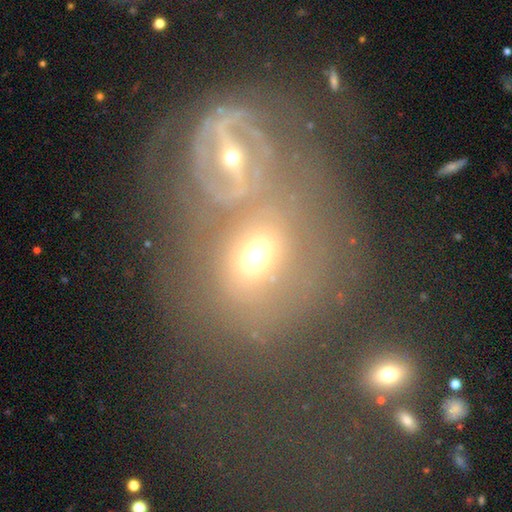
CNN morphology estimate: smooth_or_featured: featured or disk (p=0.53) [alt: smooth p=0.35]
disk_edge_on: no (p=0.94) [alt: yes p=0.06]
bar: no (p=0.37) [alt: weak p=0.35]
has_spiral_arms: yes (p=0.61) [alt: no p=0.39]
bulge_size: moderate (p=0.53) [alt: small p=0.36]
merging: merger (p=0.58) [alt: none p=0.23]